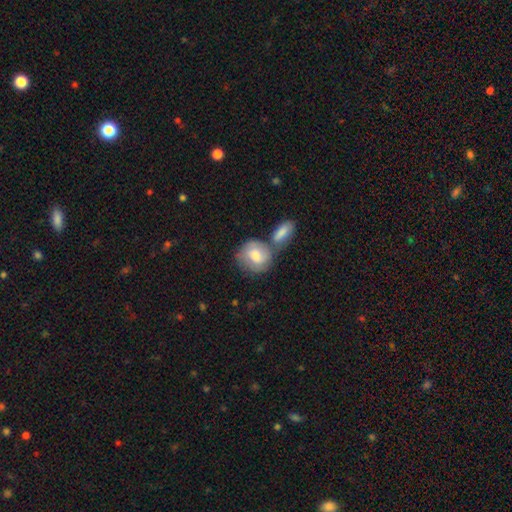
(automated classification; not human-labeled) This appears to be a smooth galaxy with no disk features (64%) that is round (74%). Merging: none (42%).